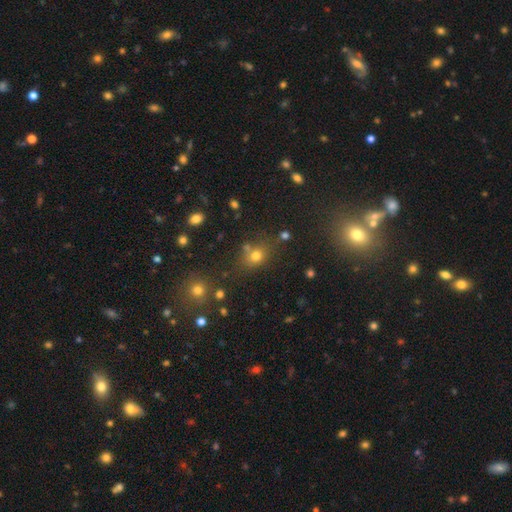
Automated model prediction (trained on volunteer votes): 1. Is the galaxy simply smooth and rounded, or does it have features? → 67% smooth, 23% star or artifact, 9% featured or disk.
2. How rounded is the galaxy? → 62% round, 37% in between, 2% cigar-shaped.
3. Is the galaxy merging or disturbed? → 66% none, 16% merger, 13% minor disturbance, 6% major disturbance.